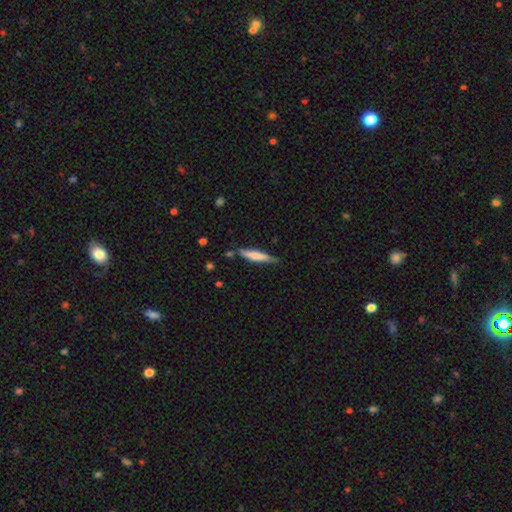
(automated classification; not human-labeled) Smooth or featured? smooth (67%)
How rounded? cigar-shaped (88%)
Merging? none (72%)